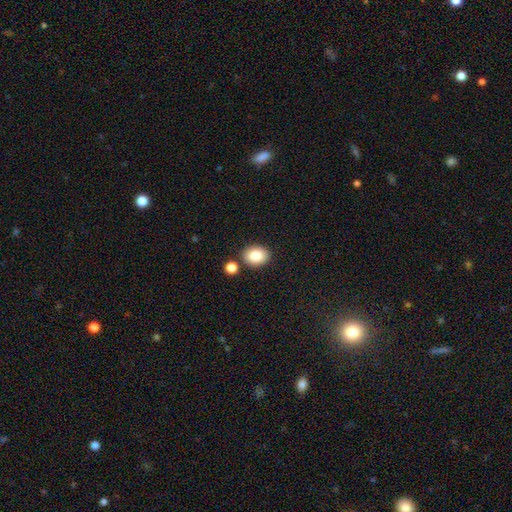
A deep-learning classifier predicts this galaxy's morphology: Smooth or featured? smooth (86%)
How rounded? in between (64%)
Merging? none (82%)